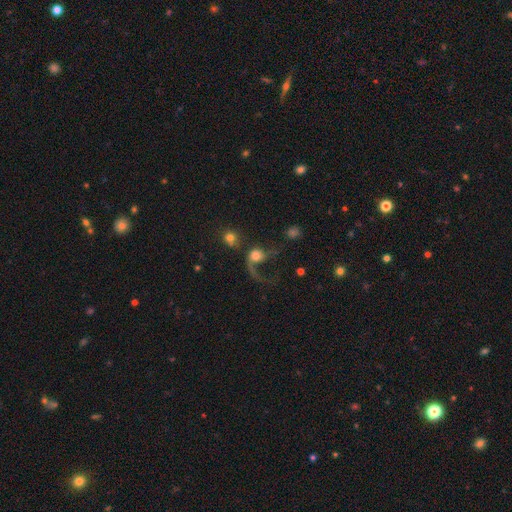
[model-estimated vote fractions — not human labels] Smooth or featured? featured or disk (47%)
Merging? major disturbance (52%)